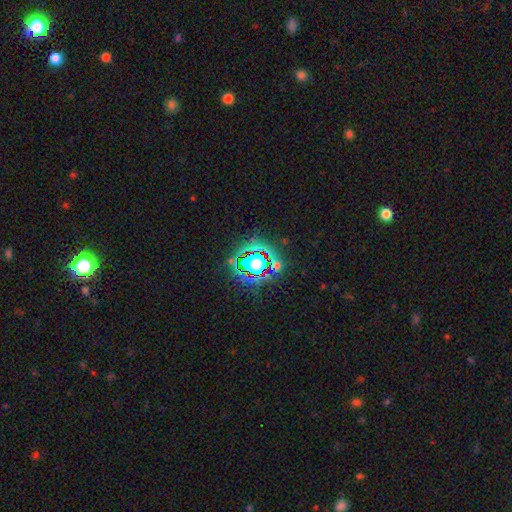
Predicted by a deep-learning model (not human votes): smooth_or_featured: star or artifact (p=0.80) [alt: smooth p=0.12]